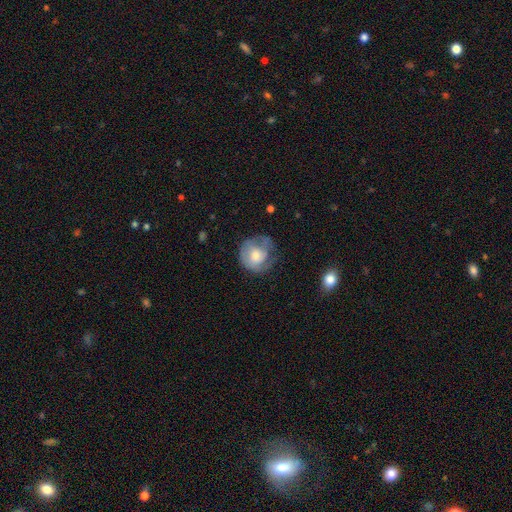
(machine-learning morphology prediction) Q: Smooth or featured?
A: featured or disk (47%); runner-up: smooth (46%)
Q: Merging?
A: none (51%); runner-up: minor disturbance (28%)